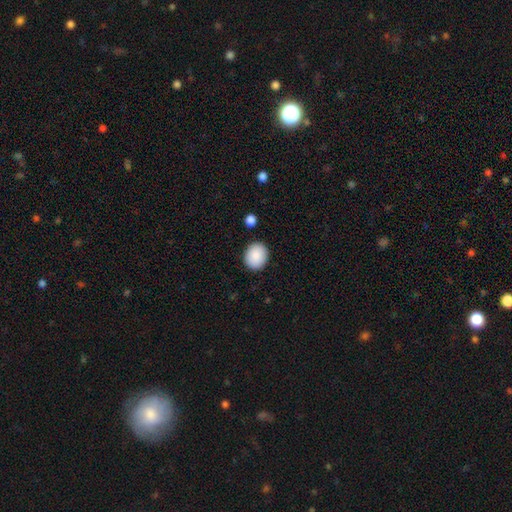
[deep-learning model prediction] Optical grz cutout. It shows a smooth galaxy with no disk features (89%) that is round (66%). Merging: none (89%).